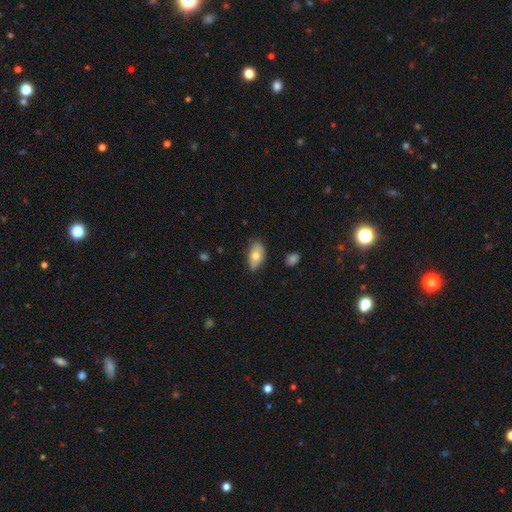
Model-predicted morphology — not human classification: type=smooth (72%); roundness=in between (92%); merging=none (67%).